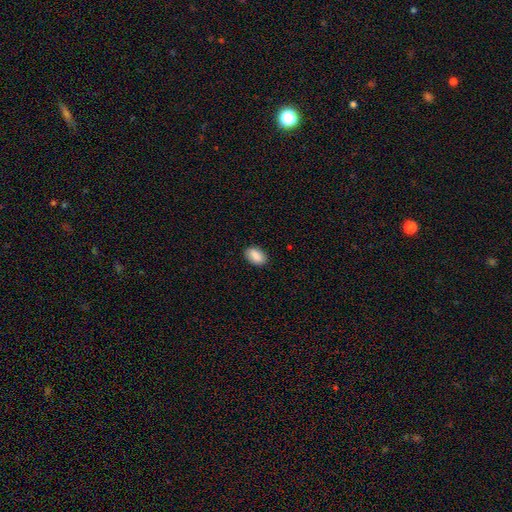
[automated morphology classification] smooth 89%, star or artifact 7%, featured or disk 4%. Down the decision tree: how rounded — in between (91%); merging — none (88%).